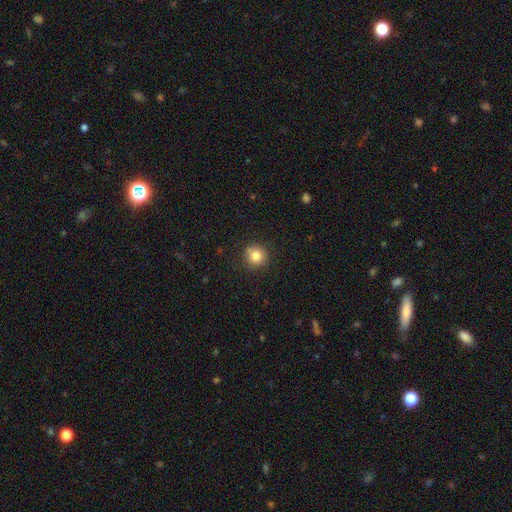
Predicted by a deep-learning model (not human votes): The model was most divided on "smooth or featured": smooth: 82%, star or artifact: 11%, featured or disk: 7%. More confident: how rounded — round (92%); merging — none (84%).